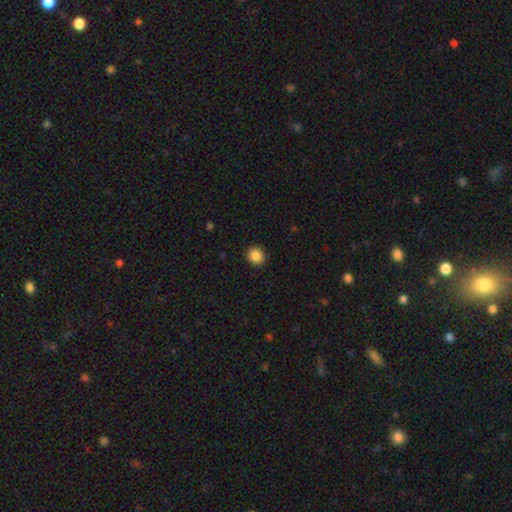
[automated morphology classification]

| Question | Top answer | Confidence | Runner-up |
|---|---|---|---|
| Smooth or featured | smooth | 87% | star or artifact (10%) |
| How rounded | round | 86% | in between (13%) |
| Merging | none | 91% | minor disturbance (6%) |